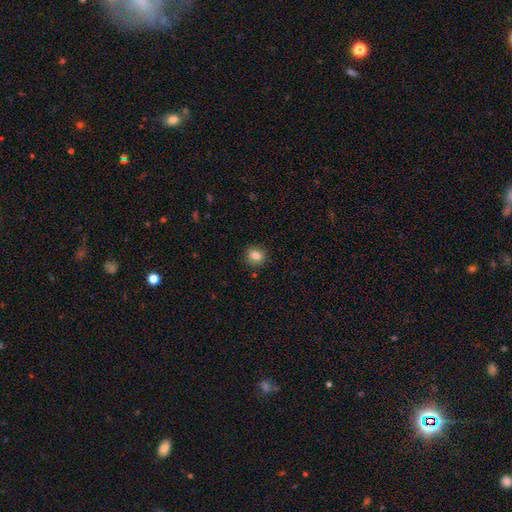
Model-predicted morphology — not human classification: This appears to be a smooth galaxy with no disk features (82%) that is round (84%). Merging: none (89%).